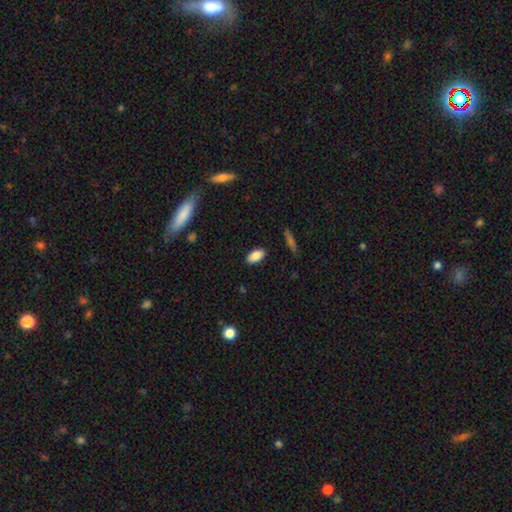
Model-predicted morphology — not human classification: Q: Smooth or featured?
A: smooth (87%); runner-up: star or artifact (8%)
Q: How rounded?
A: in between (93%); runner-up: round (4%)
Q: Merging?
A: none (88%); runner-up: minor disturbance (9%)